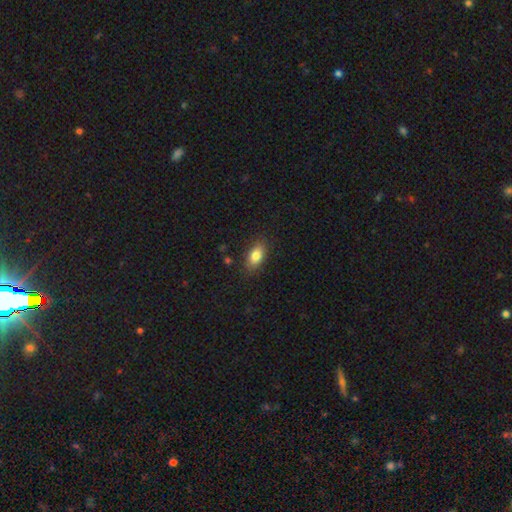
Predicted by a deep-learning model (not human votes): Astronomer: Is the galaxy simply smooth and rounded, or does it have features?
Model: smooth — 82%.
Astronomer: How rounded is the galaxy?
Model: in between — 88%.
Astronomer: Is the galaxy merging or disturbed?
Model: none — 83%.